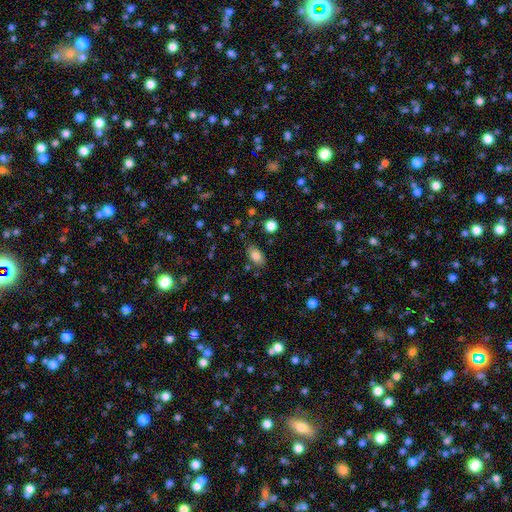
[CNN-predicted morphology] smooth 82%, featured or disk 9%, star or artifact 9%. Down the decision tree: how rounded — in between (89%); merging — none (77%).